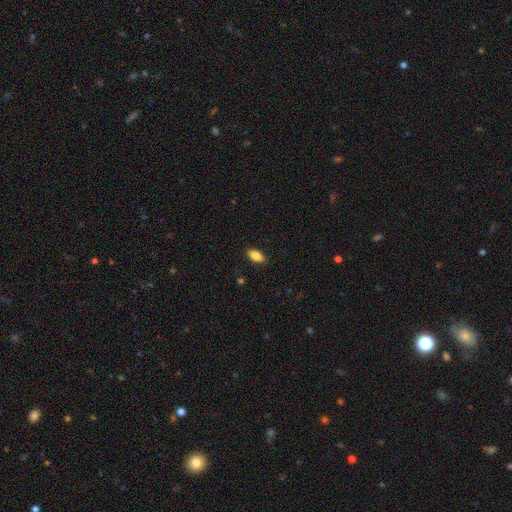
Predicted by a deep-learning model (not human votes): This is clearly a smooth galaxy (85%). How rounded: clearly in between (90%). Merging: clearly none (88%).